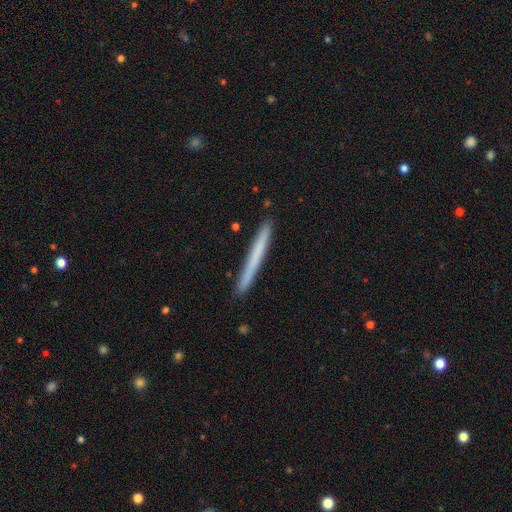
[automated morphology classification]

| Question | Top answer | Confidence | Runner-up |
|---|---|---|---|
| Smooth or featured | smooth | 63% | featured or disk (31%) |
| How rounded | cigar-shaped | 98% | in between (1%) |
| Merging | none | 91% | minor disturbance (6%) |